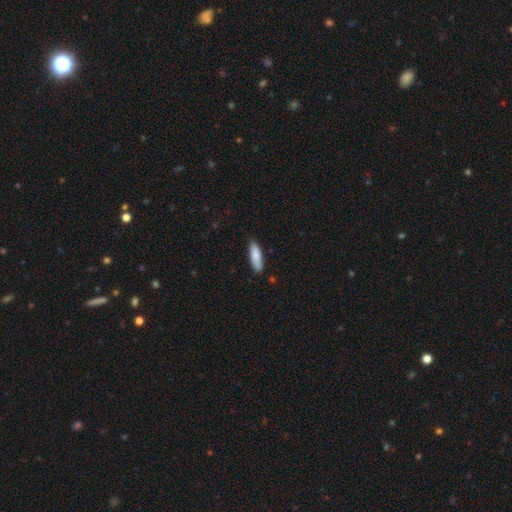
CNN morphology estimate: Smooth or featured?
  - smooth: 83% *
  - featured or disk: 11%
  - star or artifact: 6%
How rounded?
  - in between: 52% *
  - cigar-shaped: 46%
  - round: 2%
Merging?
  - none: 83% *
  - minor disturbance: 14%
  - major disturbance: 2%
  - merger: 1%